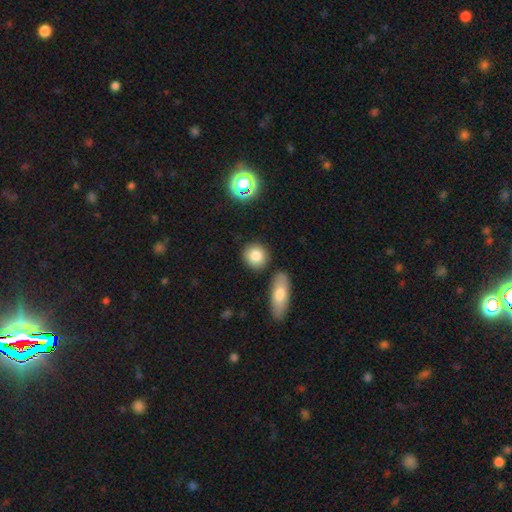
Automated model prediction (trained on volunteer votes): Smooth or featured? Predicted: smooth (p=0.82). How rounded? Predicted: round (p=0.81). Merging? Predicted: none (p=0.82).